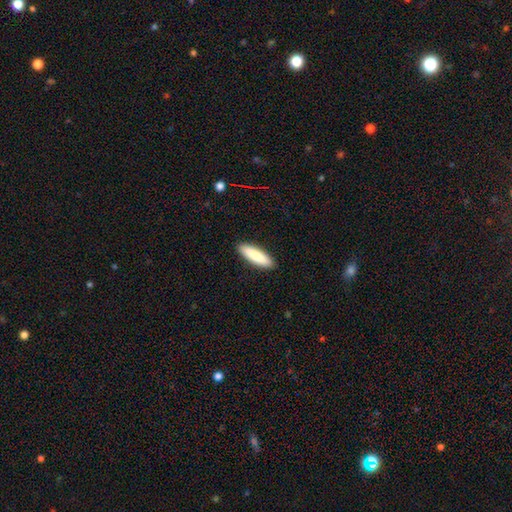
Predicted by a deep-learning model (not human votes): Overall: smooth (88%). How rounded: cigar-shaped (62%; in between 37%). Merging: none (91%).